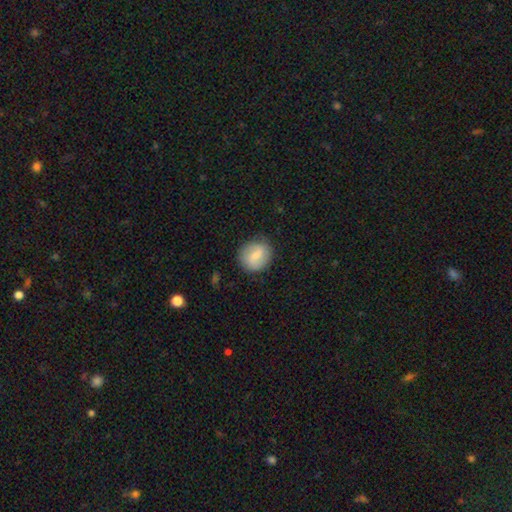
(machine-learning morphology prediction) This is likely a smooth galaxy (63%). How rounded: likely round (77%). Merging: clearly none (83%).